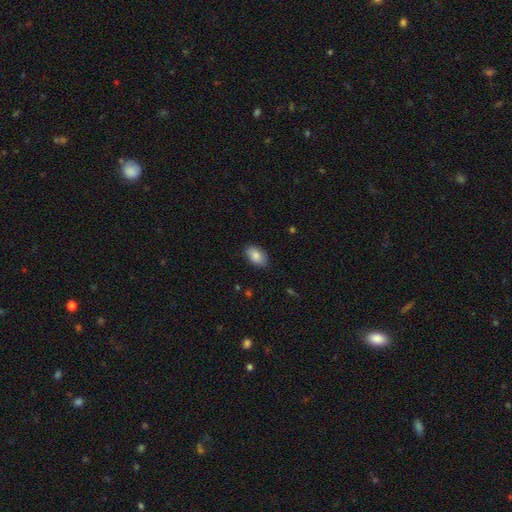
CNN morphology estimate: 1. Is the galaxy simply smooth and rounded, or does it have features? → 86% smooth, 7% featured or disk, 7% star or artifact.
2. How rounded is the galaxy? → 92% in between, 6% round, 2% cigar-shaped.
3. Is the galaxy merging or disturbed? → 84% none, 12% minor disturbance, 2% major disturbance, 1% merger.